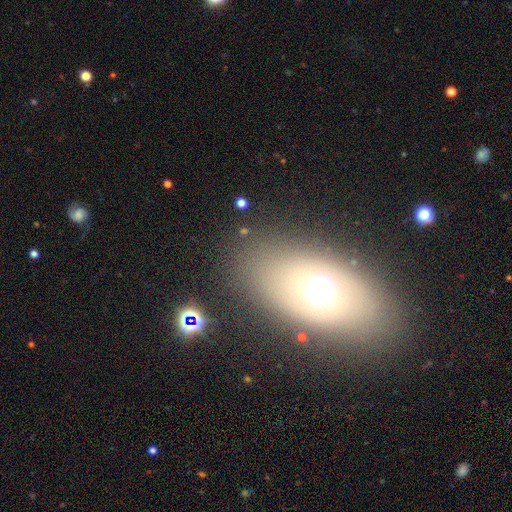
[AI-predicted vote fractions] The model was most divided on "smooth or featured": smooth: 45%, featured or disk: 41%, star or artifact: 14%. More confident: merging — none (83%).